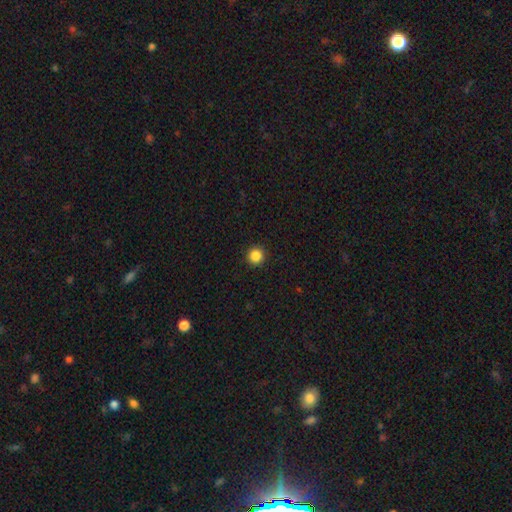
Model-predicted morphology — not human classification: smooth_or_featured: smooth (p=0.86) [alt: star or artifact p=0.11]
how_rounded: round (p=0.95) [alt: in between p=0.04]
merging: none (p=0.92) [alt: minor disturbance p=0.05]